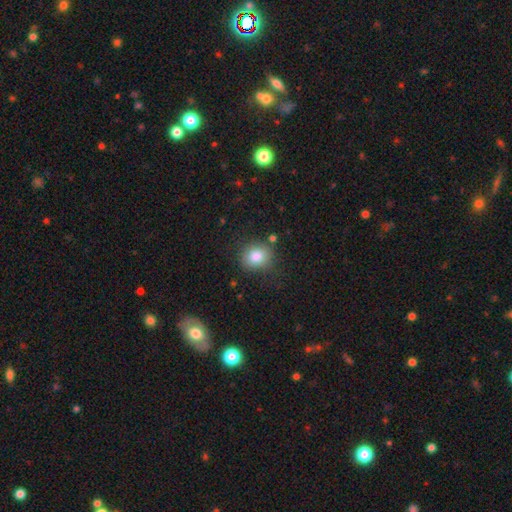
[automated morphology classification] type=smooth (84%); roundness=round (68%); merging=none (78%).